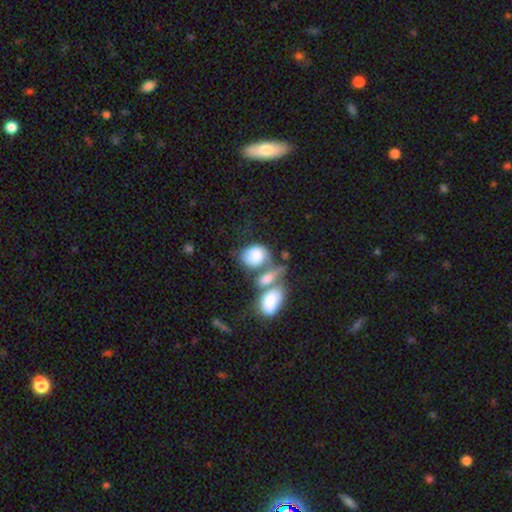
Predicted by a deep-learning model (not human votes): This is likely a smooth galaxy (69%). How rounded: likely in between (72%). Merging: possibly merger (60%).